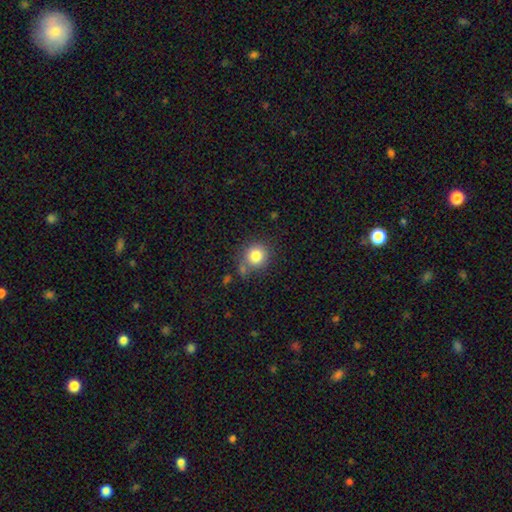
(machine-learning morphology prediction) Smooth or featured: smooth — 82% (star or artifact — 11%)
How rounded: round — 88% (in between — 11%)
Merging: none — 72% (minor disturbance — 14%)